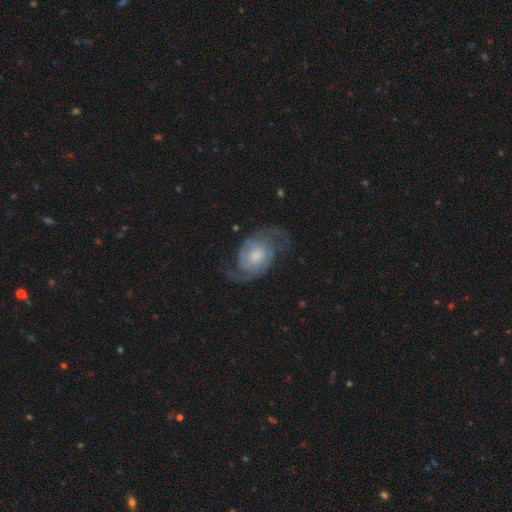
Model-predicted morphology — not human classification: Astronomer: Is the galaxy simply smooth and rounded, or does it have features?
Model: featured or disk — 85%.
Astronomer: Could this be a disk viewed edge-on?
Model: no — 97%.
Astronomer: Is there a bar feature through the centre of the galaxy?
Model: no — 70%.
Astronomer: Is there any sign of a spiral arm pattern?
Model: yes — 96%.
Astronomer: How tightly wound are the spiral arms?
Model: medium — 45% (runner-up: loose, 30%).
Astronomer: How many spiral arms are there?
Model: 2 — 88%.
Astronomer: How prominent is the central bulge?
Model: moderate — 41% (runner-up: small, 35%).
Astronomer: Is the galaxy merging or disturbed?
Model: none — 66%.